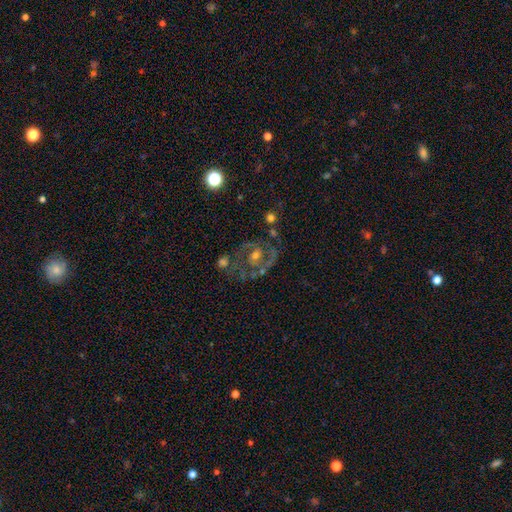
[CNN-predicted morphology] type=featured or disk (76%); edge-on=no (97%); bar=no (63%); spiral arms=yes (70%); winding=tight (46%); arm count=2 (53%); bulge=moderate (52%); merging=none (57%).